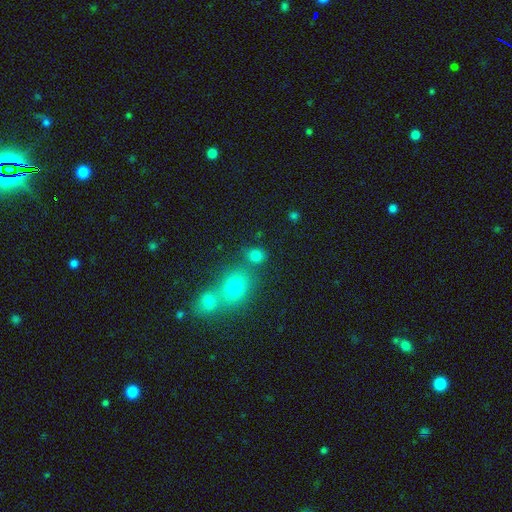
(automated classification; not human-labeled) Smooth or featured? smooth (78%)
How rounded? round (67%)
Merging? none (64%)